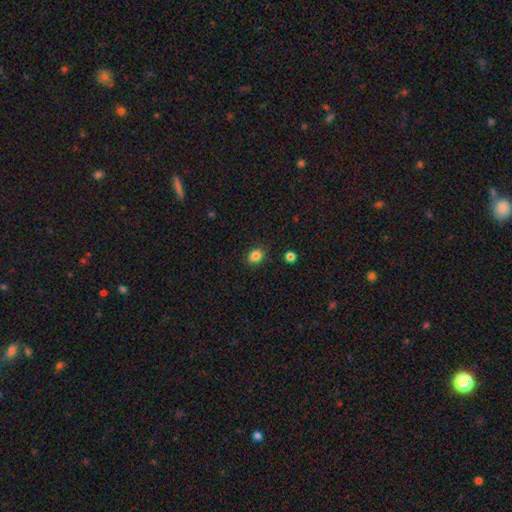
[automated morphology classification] The model was most divided on "how rounded": round: 51%, in between: 48%, cigar-shaped: 1%. More confident: merging — none (87%); smooth or featured — smooth (84%).